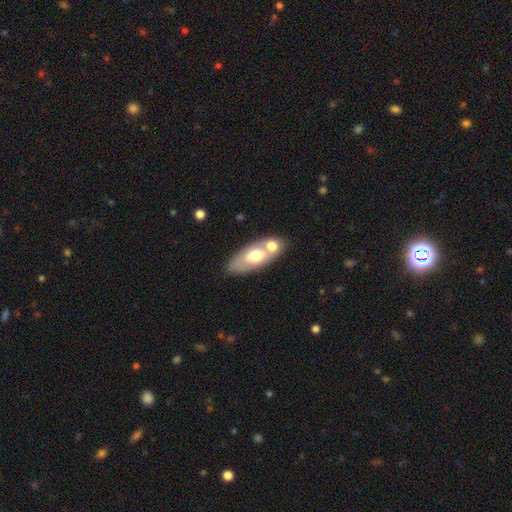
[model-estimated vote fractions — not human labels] Smooth or featured?
  - smooth: 52% *
  - featured or disk: 41%
  - star or artifact: 7%
How rounded?
  - in between: 79% *
  - cigar-shaped: 16%
  - round: 5%
Merging?
  - none: 49% *
  - merger: 35%
  - minor disturbance: 12%
  - major disturbance: 4%